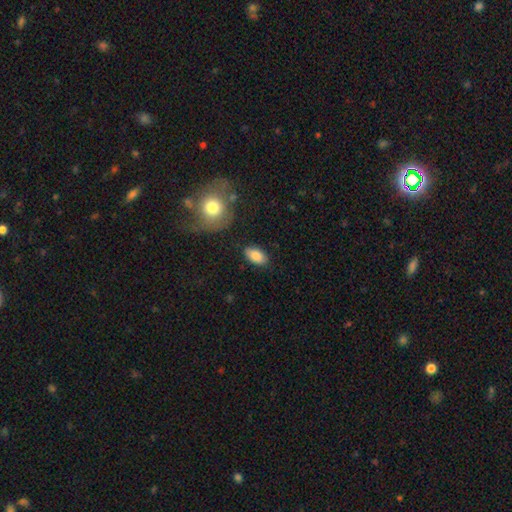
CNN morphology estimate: Smooth or featured? Predicted: smooth (p=0.86). How rounded? Predicted: in between (p=0.93). Merging? Predicted: none (p=0.85).